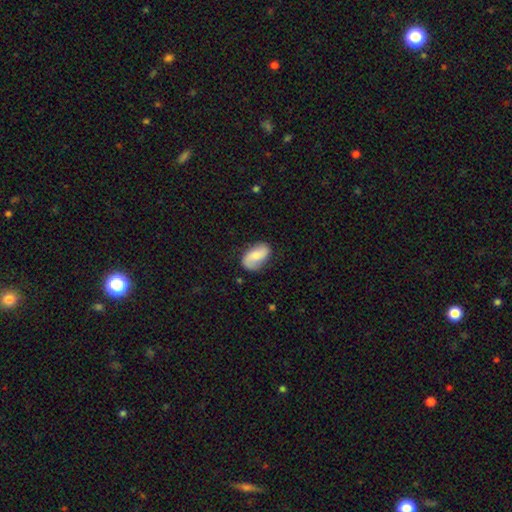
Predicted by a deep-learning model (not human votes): Smooth or featured? Predicted: smooth (p=0.51). How rounded? Predicted: in between (p=0.91). Merging? Predicted: none (p=0.74).